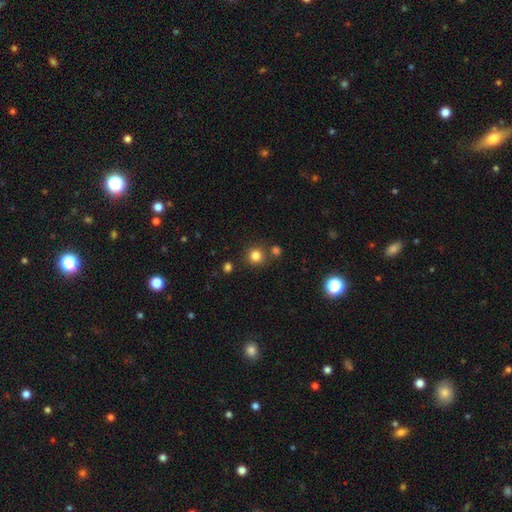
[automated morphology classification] This appears to be a smooth galaxy with no disk features (81%) that is round (93%). Merging: none (78%).